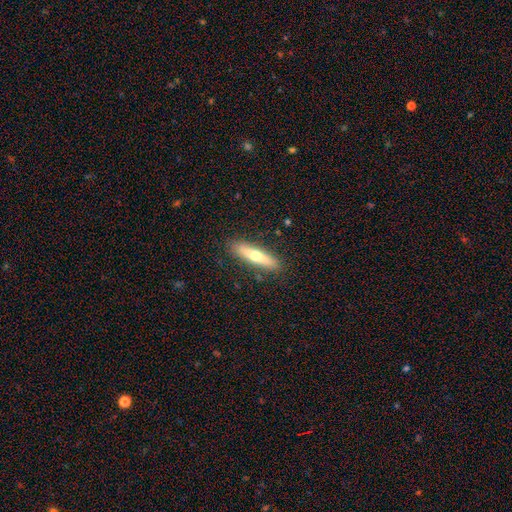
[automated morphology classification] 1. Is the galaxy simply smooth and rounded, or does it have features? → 53% smooth, 41% featured or disk, 6% star or artifact.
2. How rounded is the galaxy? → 81% cigar-shaped, 17% in between, 2% round.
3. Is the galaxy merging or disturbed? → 88% none, 9% minor disturbance, 2% major disturbance, 1% merger.